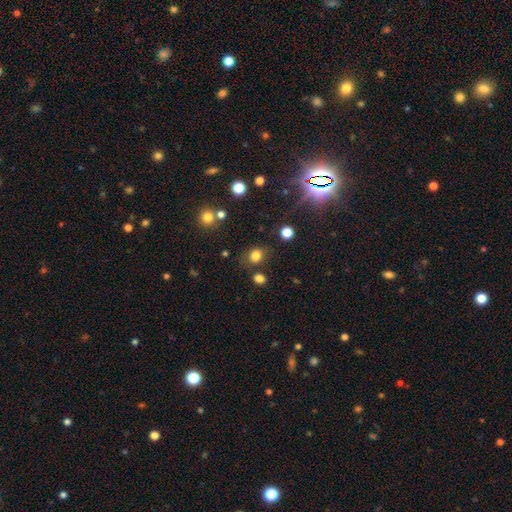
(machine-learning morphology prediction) The model was most divided on "how rounded": round: 62%, in between: 37%, cigar-shaped: 1%. More confident: smooth or featured — smooth (80%); merging — none (74%).